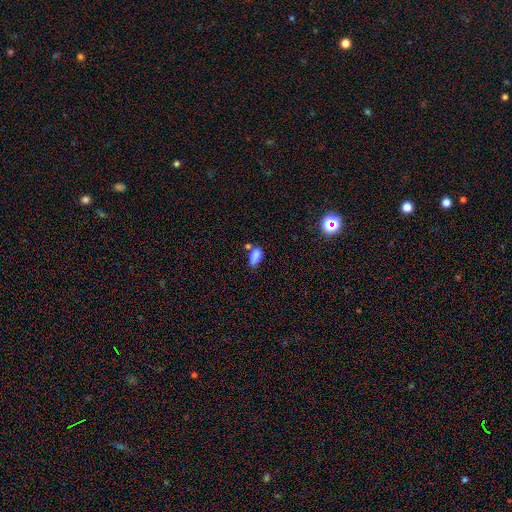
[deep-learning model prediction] Smooth or featured?
  - smooth: 82% *
  - star or artifact: 11%
  - featured or disk: 8%
How rounded?
  - in between: 86% *
  - cigar-shaped: 7%
  - round: 7%
Merging?
  - none: 51% *
  - minor disturbance: 23%
  - merger: 19%
  - major disturbance: 8%